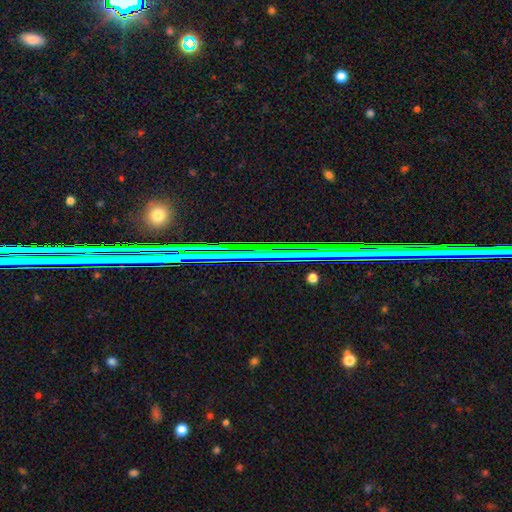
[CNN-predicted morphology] smooth_or_featured: star or artifact (p=0.70) [alt: featured or disk p=0.19]